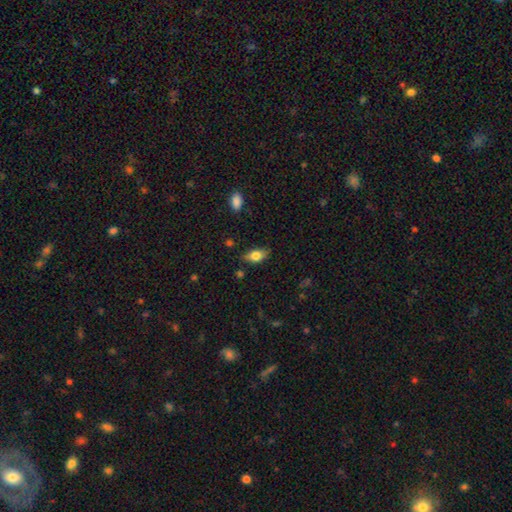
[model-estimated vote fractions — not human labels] Morphology: type=smooth (75%); roundness=in between (86%); merging=none (77%).